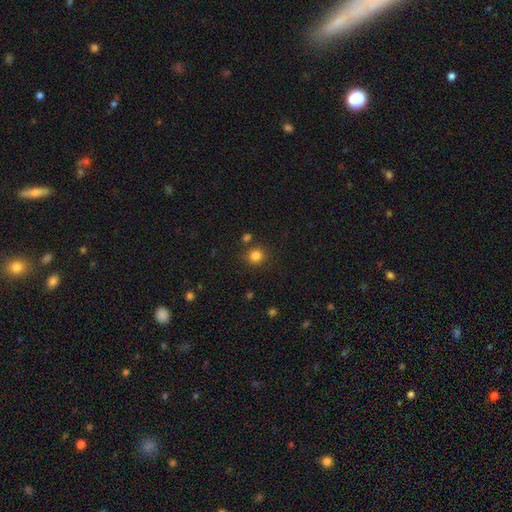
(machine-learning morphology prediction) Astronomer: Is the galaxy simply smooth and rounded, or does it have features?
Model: smooth — 83%.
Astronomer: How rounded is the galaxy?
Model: round — 88%.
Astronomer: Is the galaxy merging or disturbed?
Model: none — 82%.